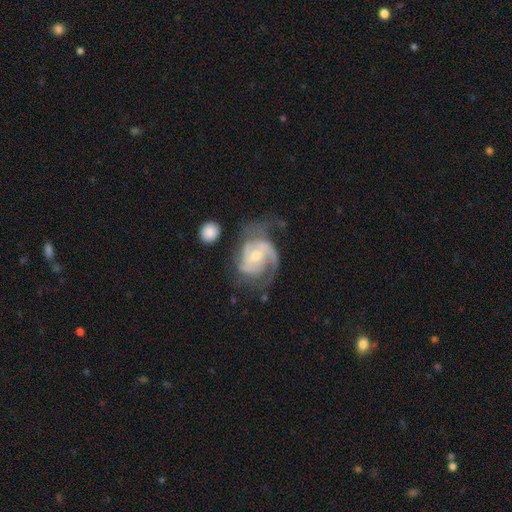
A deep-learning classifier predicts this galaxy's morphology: This appears to be a featured or disk galaxy (86%) with no bar (48%), 2 (48%) medium (47%) spiral arms (95%) and a small central bulge (48%). Merging: none (45%).